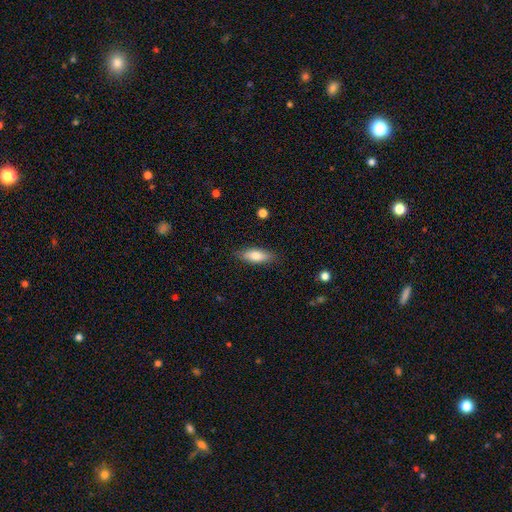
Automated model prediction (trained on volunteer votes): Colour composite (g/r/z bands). It shows a smooth galaxy with no disk features (77%) that is in between round and cigar-shaped (67%). Merging: none (85%).